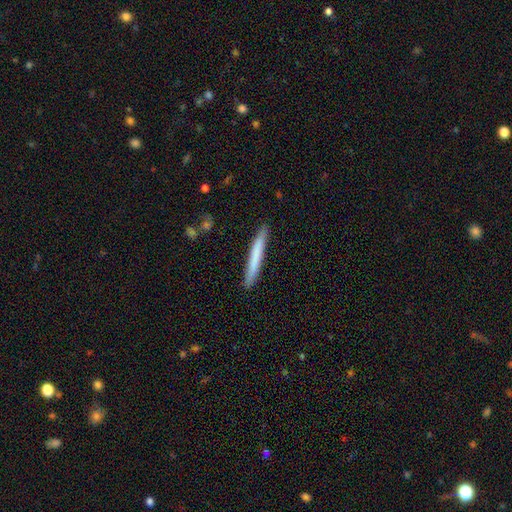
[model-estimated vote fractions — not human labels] This is likely a smooth galaxy (71%). How rounded: clearly cigar-shaped (97%). Merging: clearly none (90%).